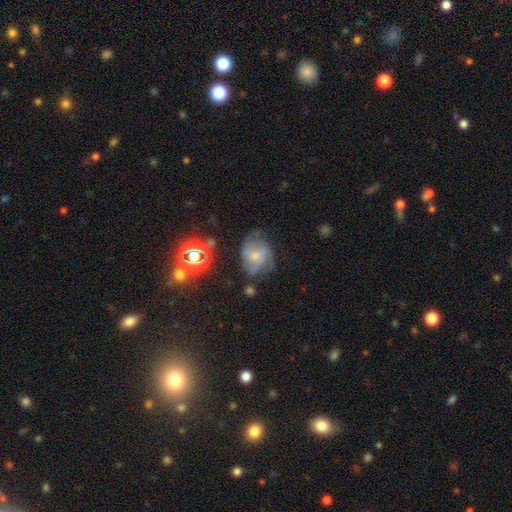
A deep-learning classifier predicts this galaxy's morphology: type=featured or disk (53%); edge-on=no (97%); bar=no (65%); spiral arms=yes (78%); bulge=small (55%); merging=none (48%).